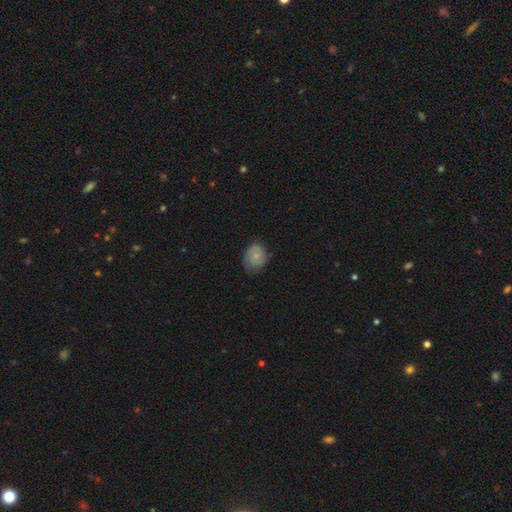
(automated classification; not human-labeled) A smooth galaxy with no disk features (67%) that is round (52%).

Vote fractions:
- Smooth or featured? smooth: 67% / featured or disk: 25% / star or artifact: 8%
- How rounded? round: 52% / in between: 47% / cigar-shaped: 1%
- Merging? none: 63% / minor disturbance: 29% / major disturbance: 7% / merger: 1%